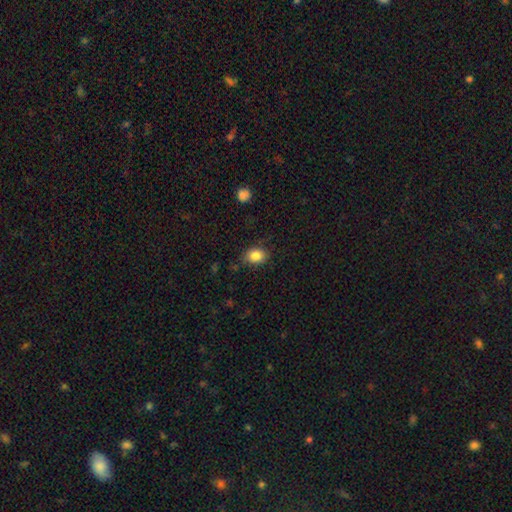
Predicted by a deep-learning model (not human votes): This is clearly a smooth galaxy (85%). How rounded: likely in between (63%). Merging: likely none (78%).